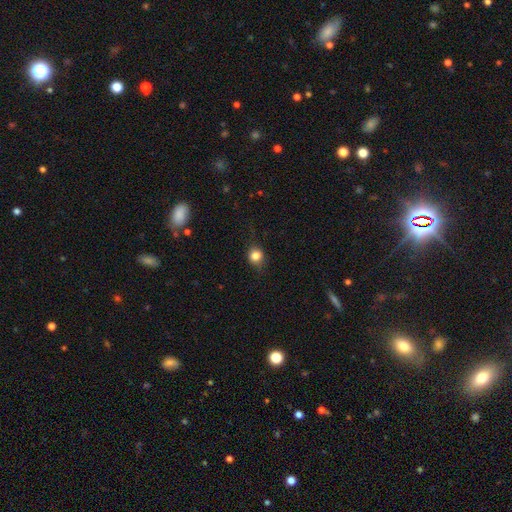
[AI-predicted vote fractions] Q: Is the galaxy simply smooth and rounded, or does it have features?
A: smooth — 79%.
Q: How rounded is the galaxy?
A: round — 80%.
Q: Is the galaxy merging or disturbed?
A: none — 79%.